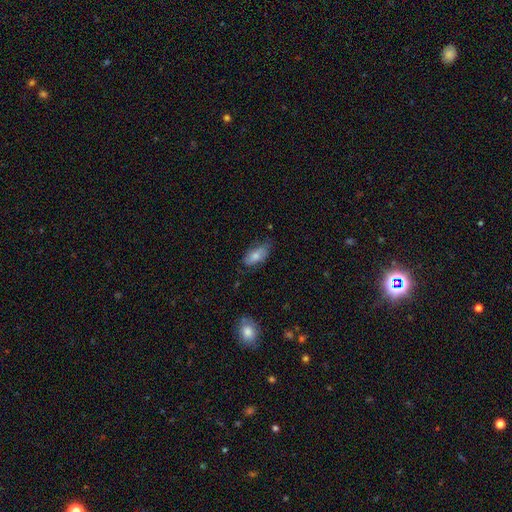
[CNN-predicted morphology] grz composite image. It shows a smooth galaxy with no disk features (72%) that is in between round and cigar-shaped (84%). Merging: none (62%).